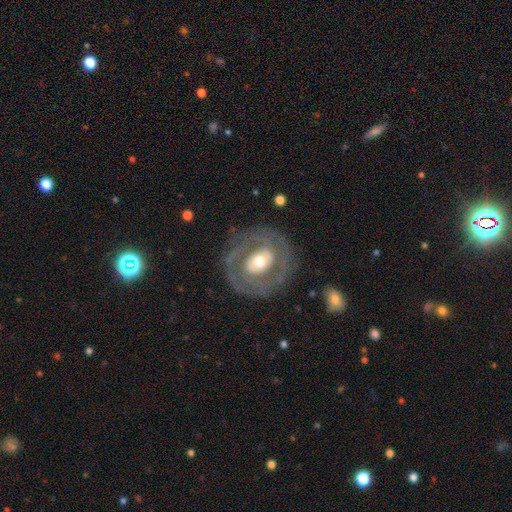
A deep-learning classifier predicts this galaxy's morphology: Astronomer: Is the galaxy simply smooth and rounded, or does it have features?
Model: featured or disk — 71%.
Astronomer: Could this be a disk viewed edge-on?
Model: no — 96%.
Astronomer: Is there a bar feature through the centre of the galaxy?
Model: no — 66%.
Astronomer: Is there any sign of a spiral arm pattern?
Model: no — 59% (runner-up: yes, 41%).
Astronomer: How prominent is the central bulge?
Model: moderate — 65%.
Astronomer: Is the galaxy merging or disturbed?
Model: none — 78%.